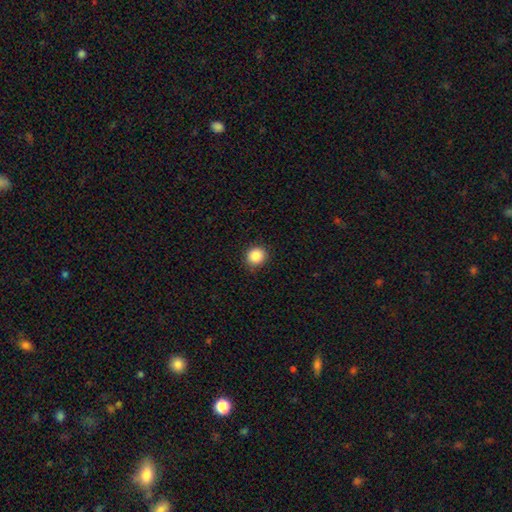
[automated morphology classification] A smooth galaxy with no disk features (87%) that is round (87%).

Vote fractions:
- Smooth or featured? smooth: 87% / star or artifact: 9% / featured or disk: 3%
- How rounded? round: 87% / in between: 12% / cigar-shaped: 1%
- Merging? none: 88% / minor disturbance: 9% / major disturbance: 2% / merger: 1%